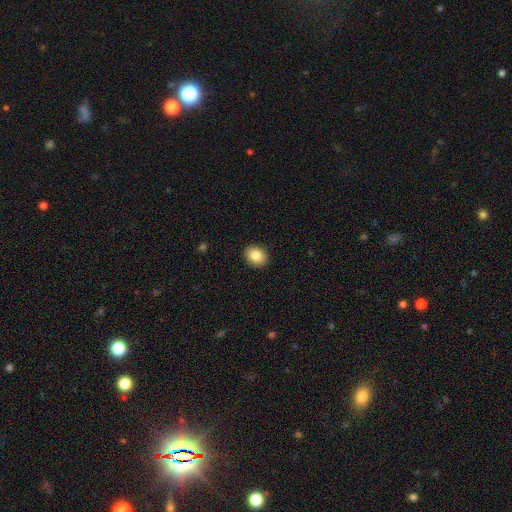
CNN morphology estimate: smooth-or-featured: smooth: 85% | star or artifact: 8% | featured or disk: 6%
  how-rounded: round: 52% | in between: 47% | cigar-shaped: 1%
  merging: none: 90% | minor disturbance: 7% | major disturbance: 2% | merger: 1%